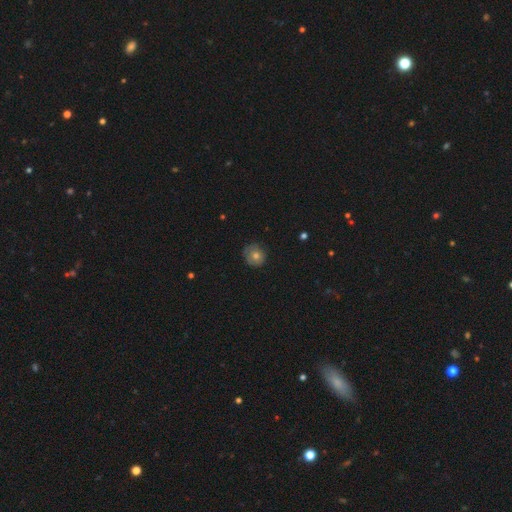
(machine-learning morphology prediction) smooth_or_featured: smooth (p=0.66) [alt: featured or disk p=0.24]
how_rounded: round (p=0.88) [alt: in between p=0.11]
merging: none (p=0.77) [alt: minor disturbance p=0.18]